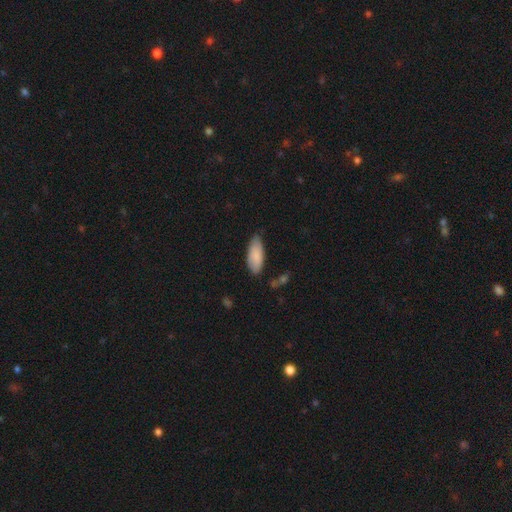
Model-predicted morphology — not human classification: Smooth or featured? Predicted: smooth (p=0.85). How rounded? Predicted: in between (p=0.81). Merging? Predicted: none (p=0.71).